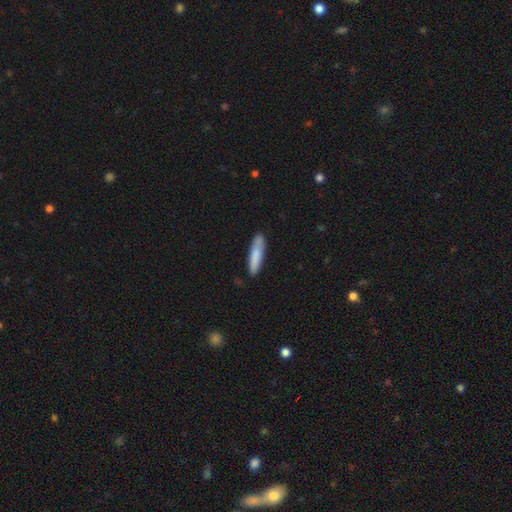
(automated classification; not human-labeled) smooth-or-featured: smooth: 80% | featured or disk: 15% | star or artifact: 6%
  how-rounded: cigar-shaped: 80% | in between: 19% | round: 1%
  merging: none: 82% | minor disturbance: 14% | major disturbance: 2% | merger: 2%